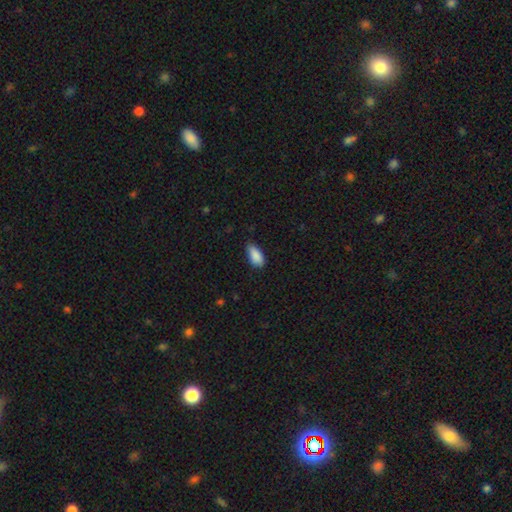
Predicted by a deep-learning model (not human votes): A smooth galaxy with no disk features (89%) that is in between round and cigar-shaped (90%). Merging: none (71%).